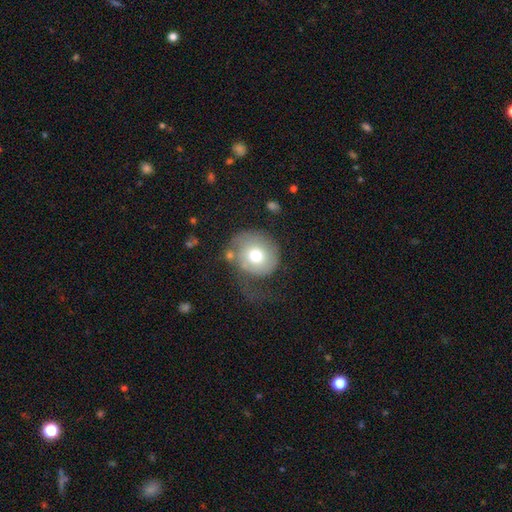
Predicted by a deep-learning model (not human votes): smooth_or_featured: smooth (p=0.62) [alt: featured or disk p=0.30]
how_rounded: round (p=0.81) [alt: in between p=0.18]
merging: major disturbance (p=0.38) [alt: none p=0.35]